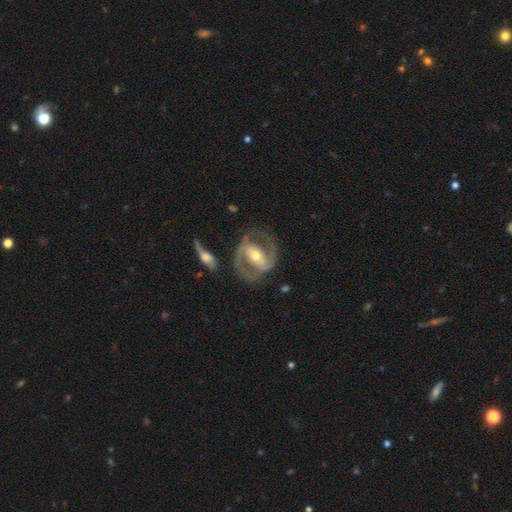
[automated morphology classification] A featured or disk galaxy (85%) with a strong bar (52%), 2 (88%) medium (52%) spiral arms (86%) and a moderate central bulge (66%).

Vote fractions:
- Smooth or featured? featured or disk: 85% / smooth: 11% / star or artifact: 4%
- Edge-on disk? no: 96% / yes: 4%
- Bar? strong: 52% / weak: 29% / no: 20%
- Spiral arms? yes: 86% / no: 14%
- Spiral winding? medium: 52% / tight: 32% / loose: 16%
- Spiral arm count? 2: 88% / can't tell: 5% / 1: 3% / 3: 2% / 4: 1% / more than 4: 1%
- Bulge size? moderate: 66% / small: 27% / large: 5% / none: 1% / dominant: 1%
- Merging? none: 72% / minor disturbance: 15% / major disturbance: 10% / merger: 3%